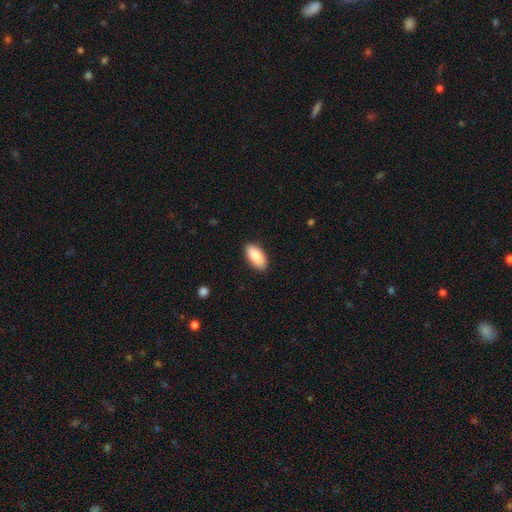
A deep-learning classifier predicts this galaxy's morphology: This is clearly a smooth galaxy (90%). How rounded: clearly in between (91%). Merging: clearly none (88%).